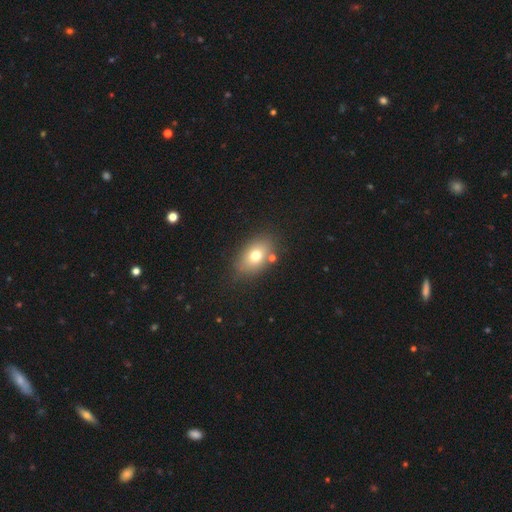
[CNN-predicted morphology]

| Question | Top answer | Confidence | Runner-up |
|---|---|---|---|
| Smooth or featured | smooth | 73% | featured or disk (16%) |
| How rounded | in between | 81% | round (17%) |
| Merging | none | 77% | minor disturbance (12%) |